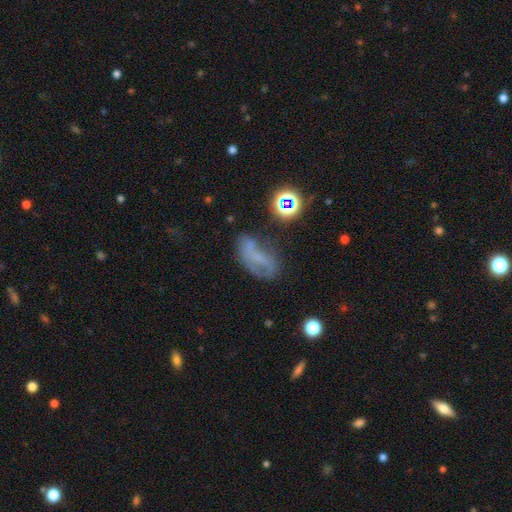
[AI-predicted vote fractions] smooth_or_featured: featured or disk (p=0.43) [alt: smooth p=0.35]
merging: none (p=0.41) [alt: minor disturbance p=0.27]